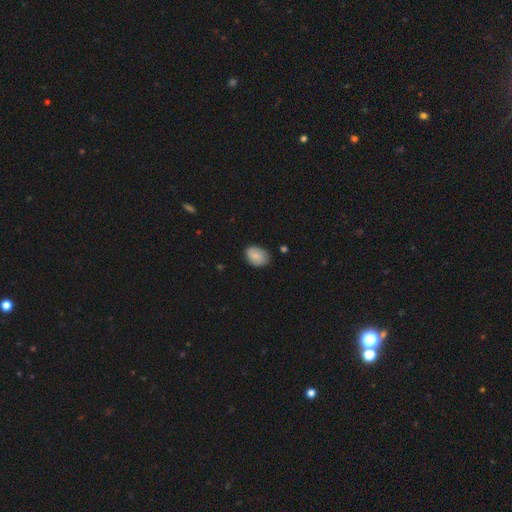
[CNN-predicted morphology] Smooth or featured? Predicted: smooth (p=0.72). How rounded? Predicted: in between (p=0.72). Merging? Predicted: none (p=0.76).